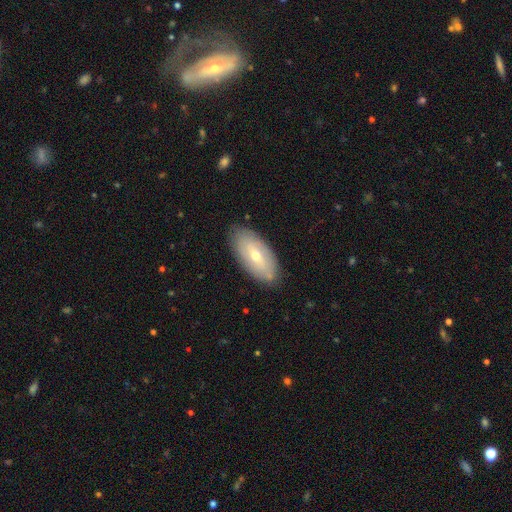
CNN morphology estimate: smooth_or_featured: smooth (p=0.50) [alt: featured or disk p=0.43]
how_rounded: in between (p=0.90) [alt: cigar-shaped p=0.07]
merging: none (p=0.85) [alt: minor disturbance p=0.11]